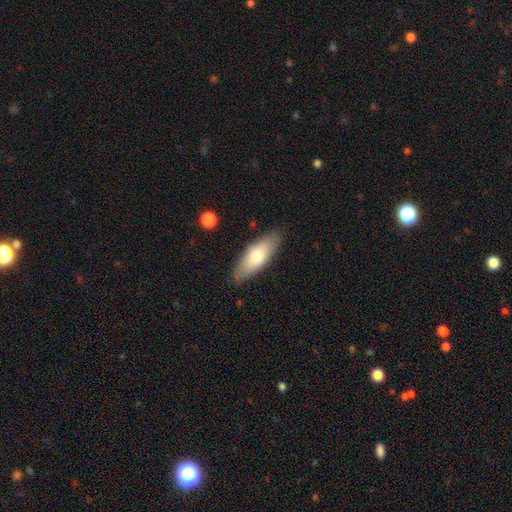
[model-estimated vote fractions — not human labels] The model was most divided on "how rounded": in between: 66%, cigar-shaped: 32%, round: 2%. More confident: merging — none (87%); smooth or featured — smooth (69%).